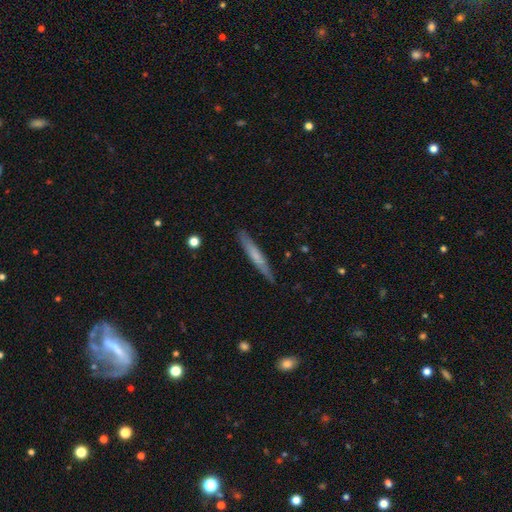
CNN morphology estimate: smooth_or_featured: smooth (p=0.57) [alt: featured or disk p=0.37]
how_rounded: cigar-shaped (p=0.95) [alt: in between p=0.04]
merging: none (p=0.88) [alt: minor disturbance p=0.10]